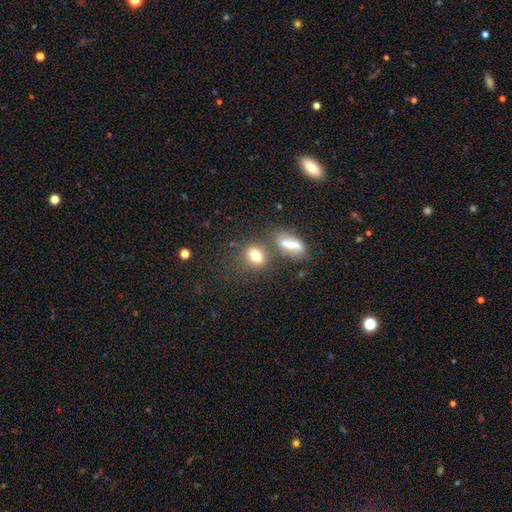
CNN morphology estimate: type=smooth (77%); roundness=in between (58%); merging=none (61%).